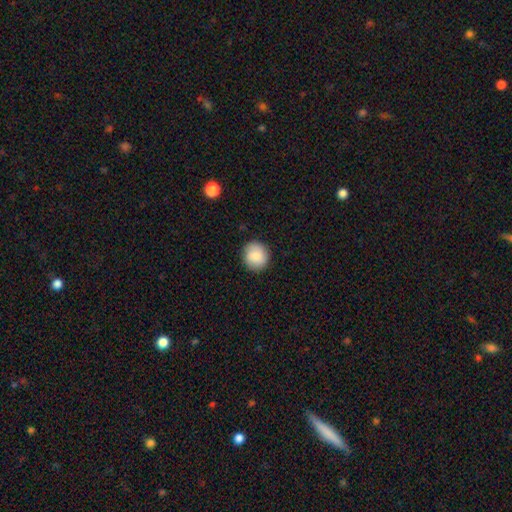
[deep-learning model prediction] This appears to be a smooth galaxy with no disk features (84%) that is round (89%). Merging: none (88%).